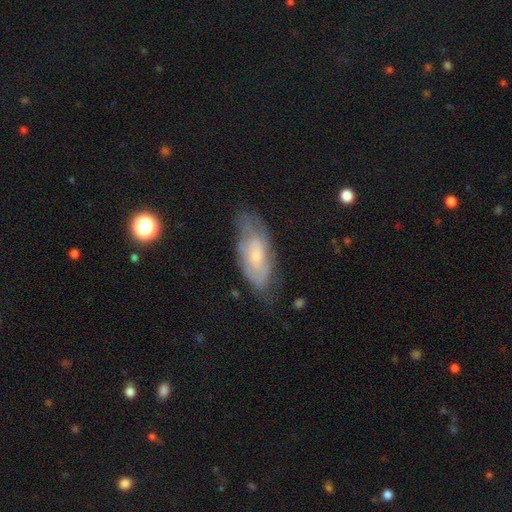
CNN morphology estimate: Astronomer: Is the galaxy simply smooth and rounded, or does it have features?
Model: featured or disk — 49% (runner-up: smooth, 44%).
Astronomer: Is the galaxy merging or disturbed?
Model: none — 58%.